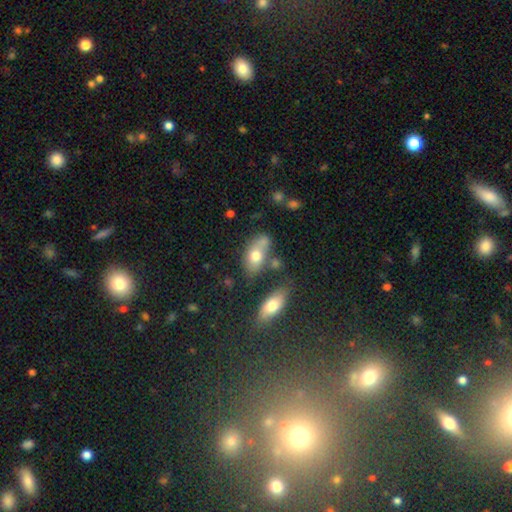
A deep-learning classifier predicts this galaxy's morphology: smooth_or_featured: smooth (p=0.69) [alt: featured or disk p=0.22]
how_rounded: in between (p=0.87) [alt: round p=0.09]
merging: none (p=0.50) [alt: merger p=0.21]